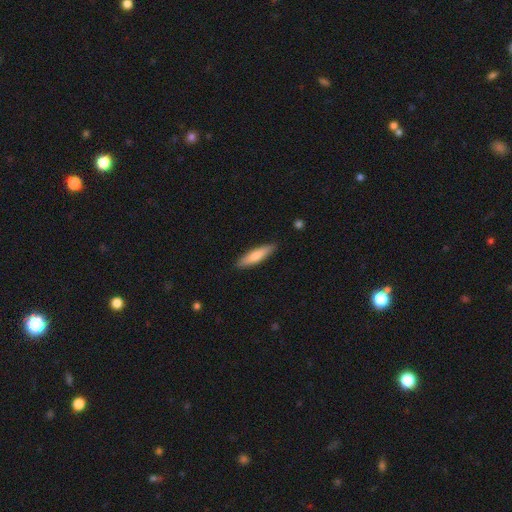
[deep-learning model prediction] A smooth galaxy with no disk features (71%) that is cigar-shaped (77%). Merging: none (89%).